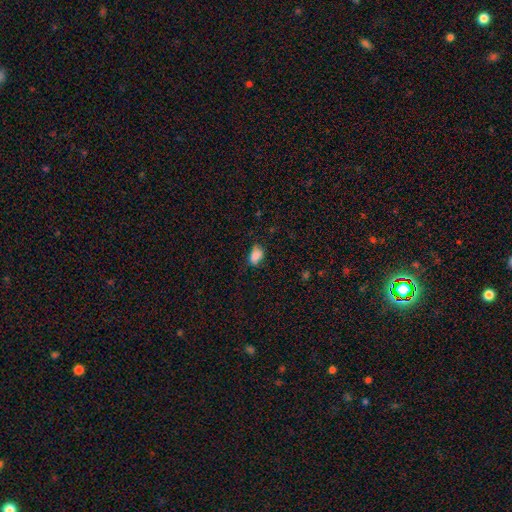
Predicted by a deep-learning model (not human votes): A smooth galaxy with no disk features (86%) that is in between round and cigar-shaped (86%).

Vote fractions:
- Smooth or featured? smooth: 86% / star or artifact: 9% / featured or disk: 6%
- How rounded? in between: 86% / round: 12% / cigar-shaped: 2%
- Merging? none: 65% / minor disturbance: 27% / major disturbance: 6% / merger: 2%